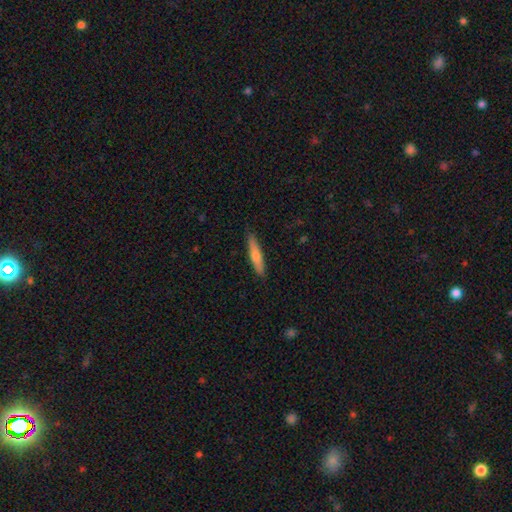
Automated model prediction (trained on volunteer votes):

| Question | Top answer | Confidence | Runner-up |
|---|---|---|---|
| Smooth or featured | smooth | 56% | featured or disk (39%) |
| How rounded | cigar-shaped | 89% | in between (9%) |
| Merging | none | 89% | minor disturbance (8%) |